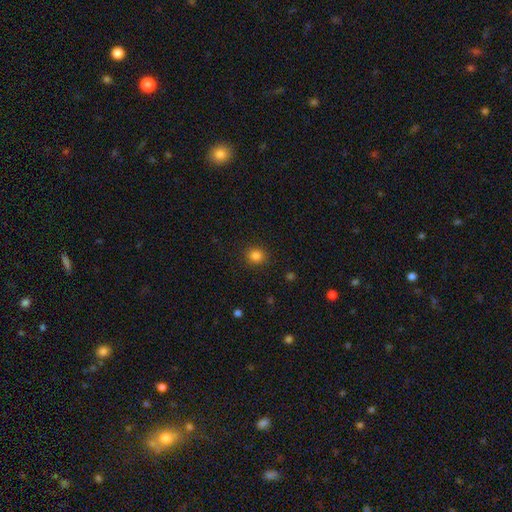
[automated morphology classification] A smooth galaxy with no disk features (84%) that is round (86%).

Vote fractions:
- Smooth or featured? smooth: 84% / star or artifact: 12% / featured or disk: 4%
- How rounded? round: 86% / in between: 13% / cigar-shaped: 1%
- Merging? none: 90% / minor disturbance: 7% / major disturbance: 2% / merger: 1%